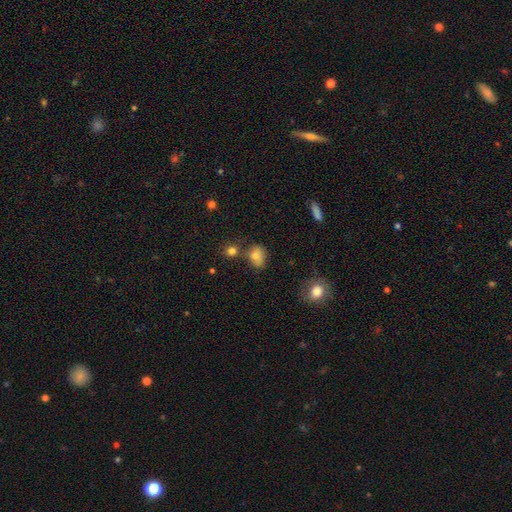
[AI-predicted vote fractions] This is likely a smooth galaxy (77%). How rounded: possibly in between (58%). Merging: possibly none (56%).